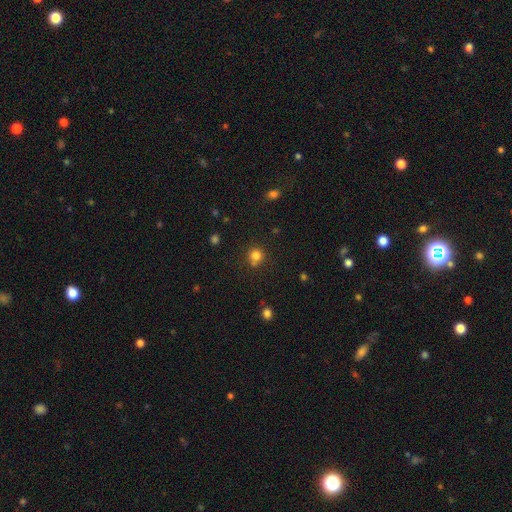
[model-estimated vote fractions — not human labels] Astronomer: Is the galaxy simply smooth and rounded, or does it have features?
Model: smooth — 79%.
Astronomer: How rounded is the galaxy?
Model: round — 90%.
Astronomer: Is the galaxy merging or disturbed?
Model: none — 69%.